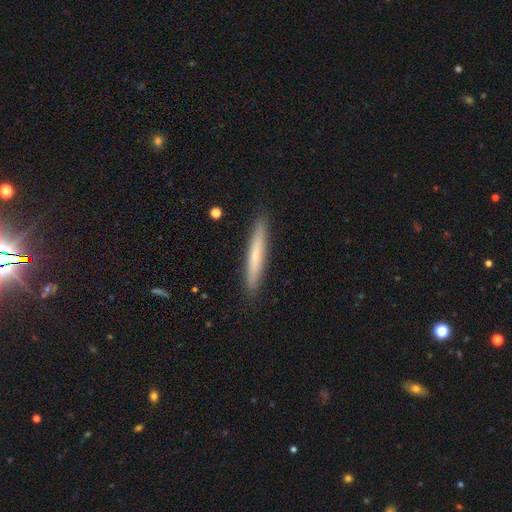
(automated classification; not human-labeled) smooth_or_featured: smooth (p=0.58) [alt: featured or disk p=0.36]
how_rounded: cigar-shaped (p=0.96) [alt: in between p=0.03]
merging: none (p=0.91) [alt: minor disturbance p=0.06]